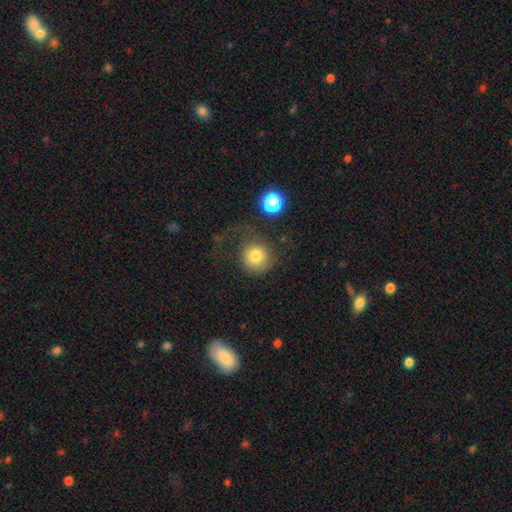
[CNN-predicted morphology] This is likely a smooth galaxy (79%). How rounded: clearly round (92%). Merging: possibly none (58%).